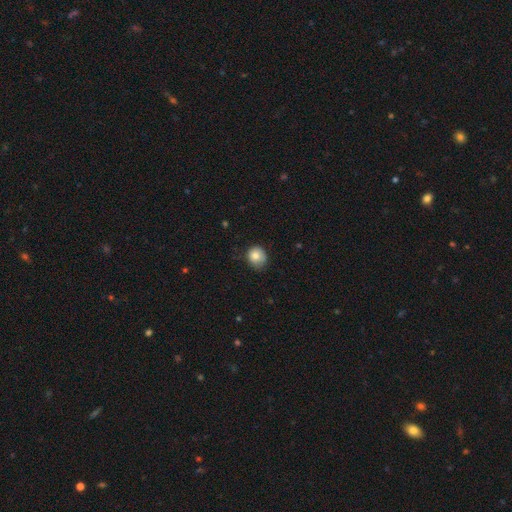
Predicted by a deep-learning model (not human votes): Smooth or featured? Predicted: smooth (p=0.81). How rounded? Predicted: round (p=0.78). Merging? Predicted: none (p=0.63).